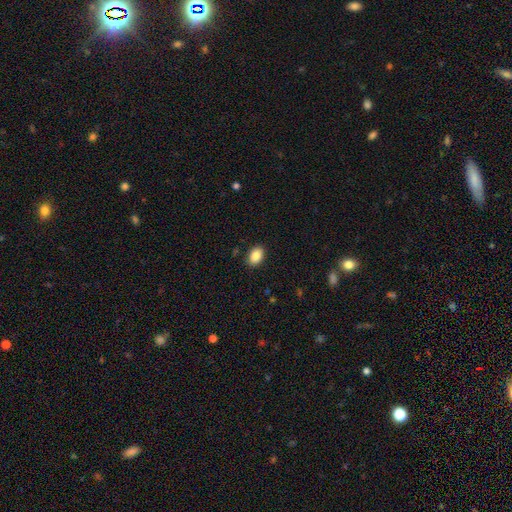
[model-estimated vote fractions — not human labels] smooth 88%, star or artifact 8%, featured or disk 4%. Down the decision tree: how rounded — in between (83%); merging — none (88%).